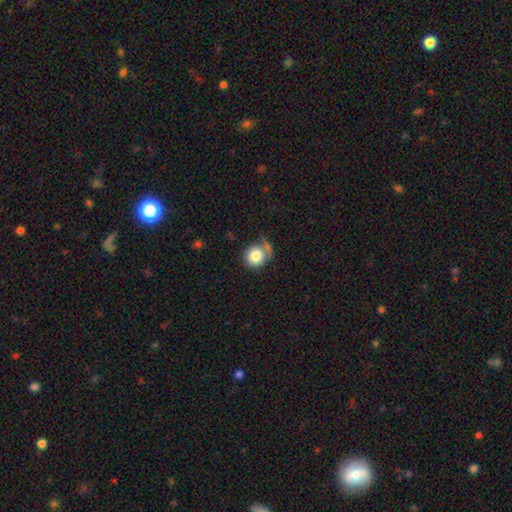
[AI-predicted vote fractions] A smooth galaxy with no disk features (81%) that is round (87%).

Vote fractions:
- Smooth or featured? smooth: 81% / featured or disk: 11% / star or artifact: 8%
- How rounded? round: 87% / in between: 12% / cigar-shaped: 1%
- Merging? none: 53% / minor disturbance: 19% / merger: 17% / major disturbance: 11%